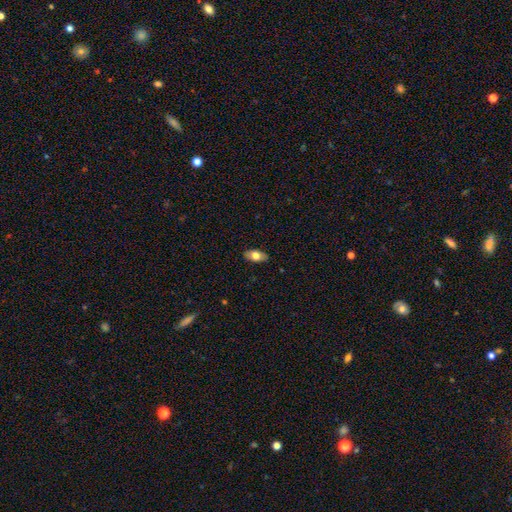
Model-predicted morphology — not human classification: Smooth or featured: smooth — 71% (featured or disk — 22%)
How rounded: in between — 90% (cigar-shaped — 6%)
Merging: none — 86% (minor disturbance — 11%)